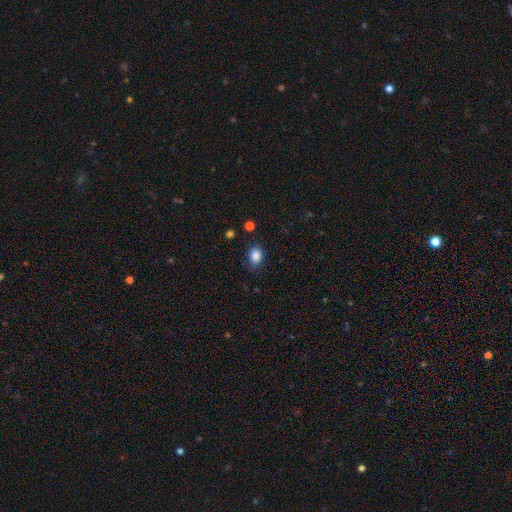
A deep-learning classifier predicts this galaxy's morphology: Smooth or featured: smooth — 86% (star or artifact — 10%)
How rounded: in between — 63% (round — 36%)
Merging: none — 79% (minor disturbance — 15%)